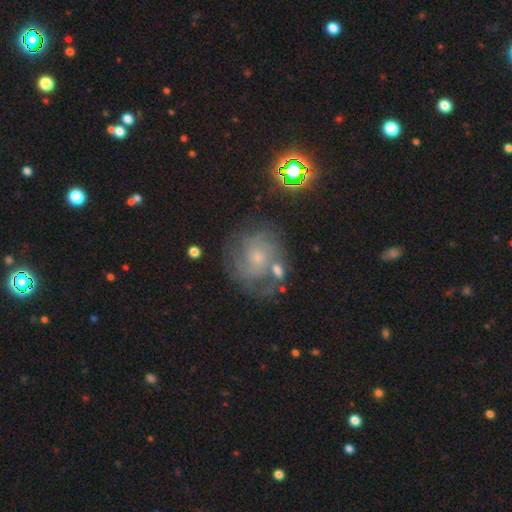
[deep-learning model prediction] featured or disk 67%, smooth 20%, star or artifact 13%. Down the decision tree: edge-on disk — no (98%); bar — no (77%); spiral arms — yes (86%); spiral arm count — can't tell (44%); spiral winding — tight (53%); bulge size — small (67%); merging — none (60%).